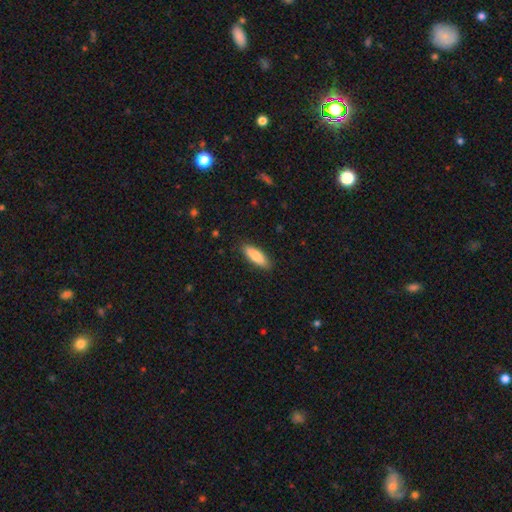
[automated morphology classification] smooth 84%, featured or disk 10%, star or artifact 6%. Down the decision tree: how rounded — in between (55%); merging — none (88%).